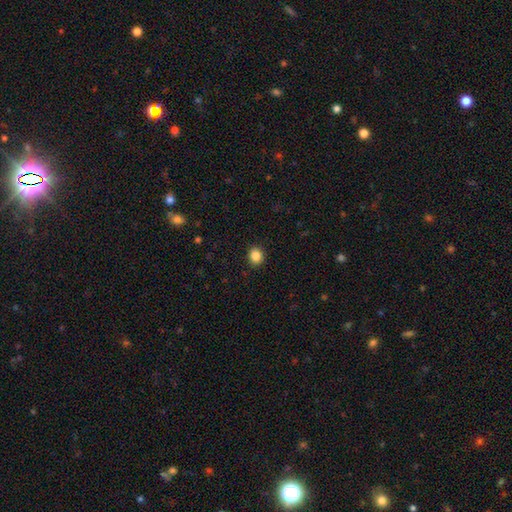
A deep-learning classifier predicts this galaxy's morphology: type=smooth (86%); roundness=round (80%); merging=none (92%).